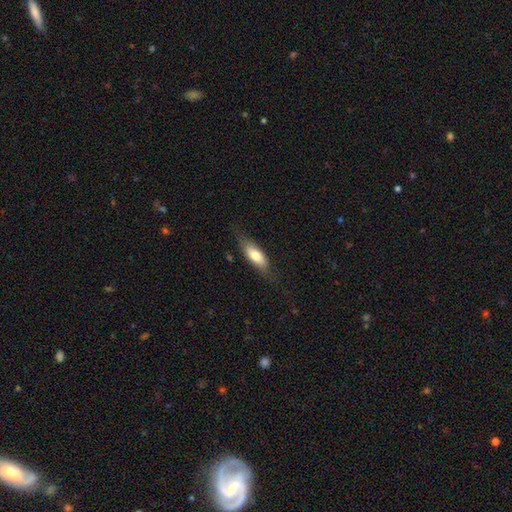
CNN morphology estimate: type=smooth (71%); roundness=in between (69%); merging=none (73%).